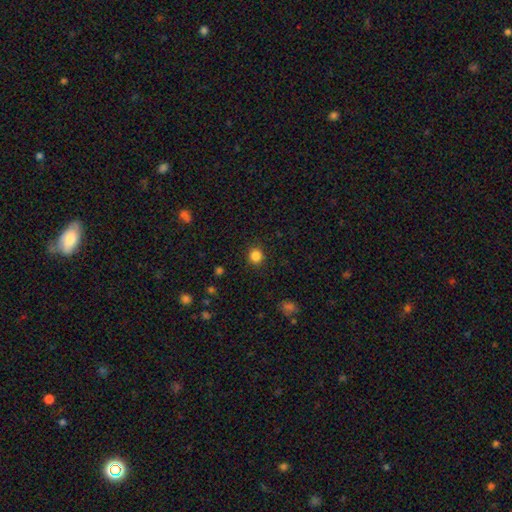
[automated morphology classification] smooth-or-featured: smooth: 85% | star or artifact: 11% | featured or disk: 4%
  how-rounded: round: 88% | in between: 11% | cigar-shaped: 1%
  merging: none: 91% | minor disturbance: 6% | major disturbance: 2% | merger: 1%